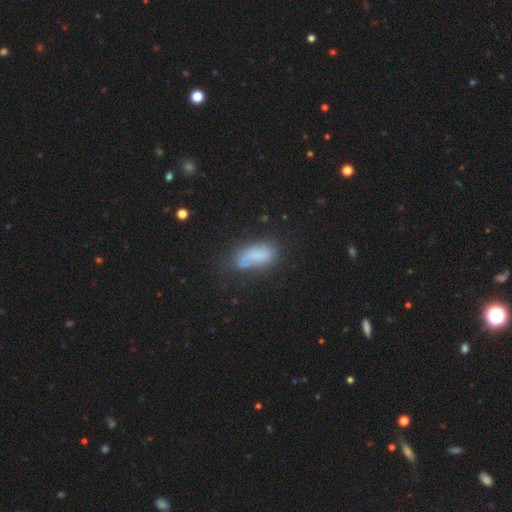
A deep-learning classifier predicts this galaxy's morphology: This is likely a smooth galaxy (72%). How rounded: clearly in between (83%). Merging: possibly none (49%).